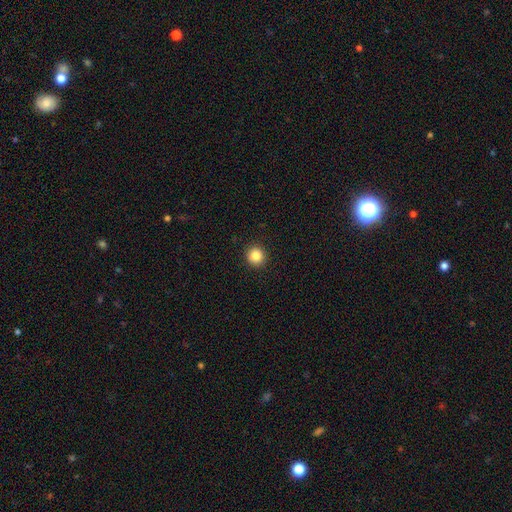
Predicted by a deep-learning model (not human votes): A smooth galaxy with no disk features (85%) that is round (94%). Merging: none (93%).